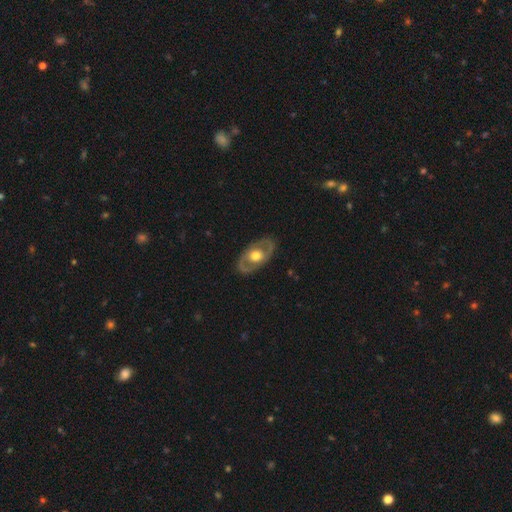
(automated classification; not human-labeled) smooth-or-featured: featured or disk: 70% | smooth: 26% | star or artifact: 4%
  disk-edge-on: no: 90% | yes: 10%
    bar: no: 77% | weak: 17% | strong: 5%
    has-spiral-arms: no: 54% | yes: 46%
    bulge-size: moderate: 66% | large: 27% | small: 5% | dominant: 1% | none: 1%
  merging: none: 84% | minor disturbance: 11% | major disturbance: 4% | merger: 1%